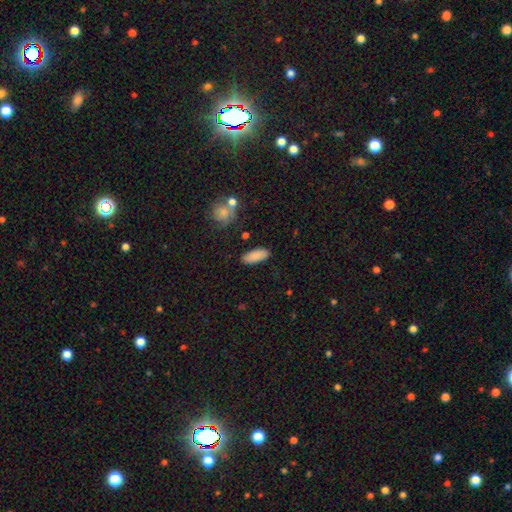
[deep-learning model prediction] Q: Smooth or featured?
A: smooth (87%); runner-up: star or artifact (7%)
Q: How rounded?
A: in between (82%); runner-up: cigar-shaped (16%)
Q: Merging?
A: none (84%); runner-up: minor disturbance (11%)